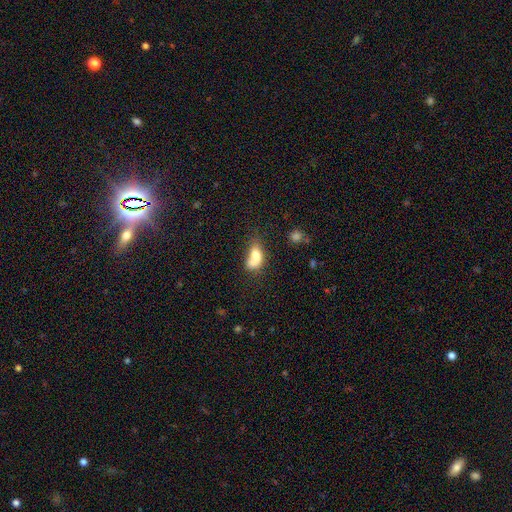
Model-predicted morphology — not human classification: Smooth or featured? smooth (71%)
How rounded? in between (80%)
Merging? merger (40%)